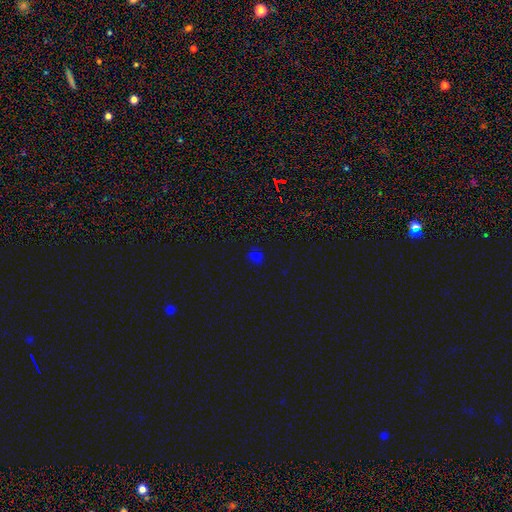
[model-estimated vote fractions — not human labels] The model was most divided on "smooth or featured": smooth: 60%, star or artifact: 35%, featured or disk: 5%. More confident: merging — none (83%); how rounded — round (74%).